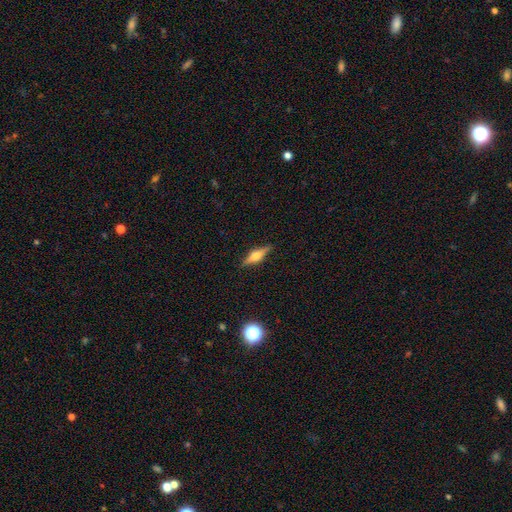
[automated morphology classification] Overall: featured or disk (67%). Edge-on disk: yes (97%). Edge-on bulge: rounded (89%). Merging: none (89%).